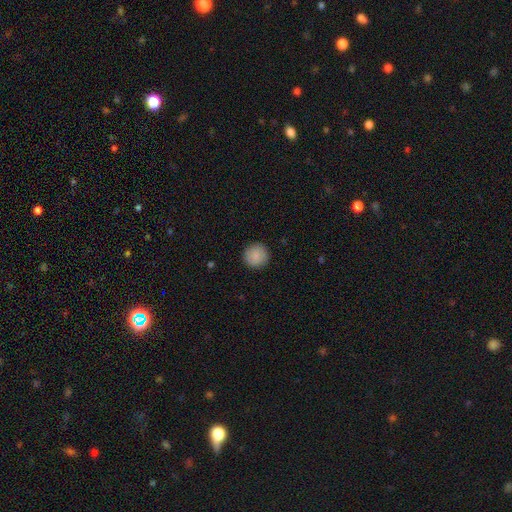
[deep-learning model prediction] Smooth or featured: smooth — 88% (star or artifact — 7%)
How rounded: round — 95% (in between — 4%)
Merging: none — 91% (minor disturbance — 6%)